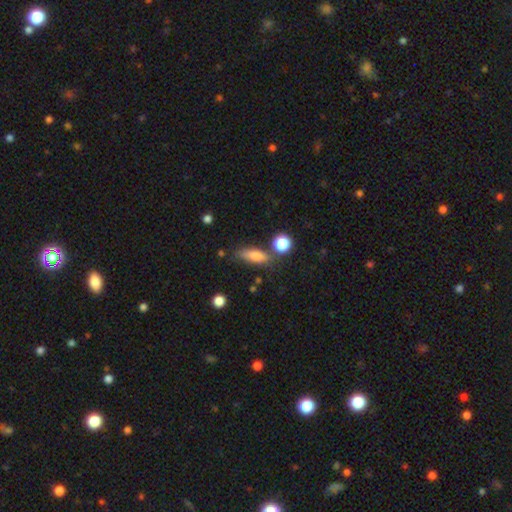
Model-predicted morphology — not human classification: smooth-or-featured: smooth: 78% | featured or disk: 13% | star or artifact: 9%
  how-rounded: in between: 57% | cigar-shaped: 39% | round: 5%
  merging: none: 65% | minor disturbance: 18% | merger: 11% | major disturbance: 6%